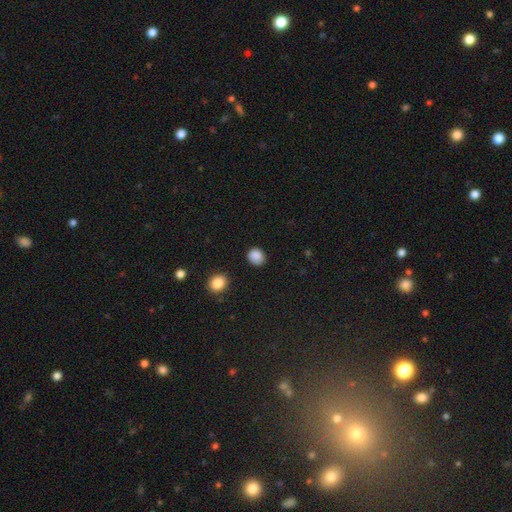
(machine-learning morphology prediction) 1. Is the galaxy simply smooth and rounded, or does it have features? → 87% smooth, 9% star or artifact, 3% featured or disk.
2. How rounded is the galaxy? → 69% round, 30% in between, 1% cigar-shaped.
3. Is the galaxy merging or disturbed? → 84% none, 11% minor disturbance, 3% major disturbance, 2% merger.